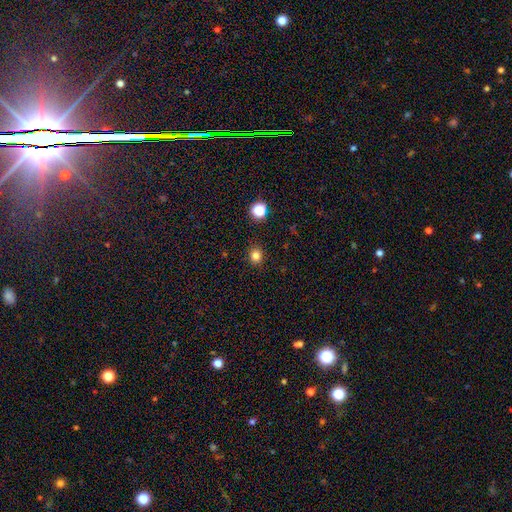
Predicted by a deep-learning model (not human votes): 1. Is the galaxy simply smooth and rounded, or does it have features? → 81% smooth, 14% star or artifact, 5% featured or disk.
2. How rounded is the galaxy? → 77% round, 22% in between, 1% cigar-shaped.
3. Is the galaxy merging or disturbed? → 89% none, 7% minor disturbance, 2% major disturbance, 1% merger.